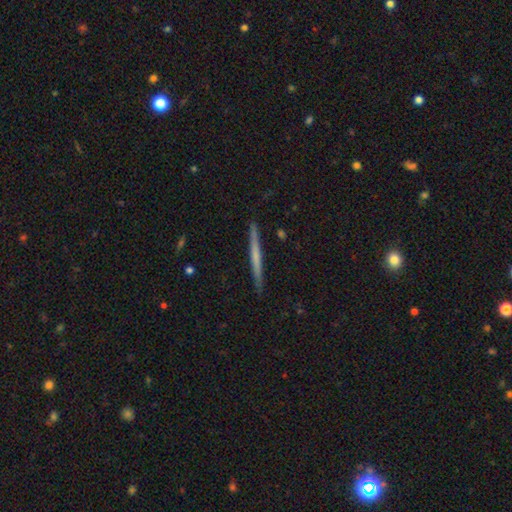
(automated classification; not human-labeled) smooth-or-featured: featured or disk: 53% | smooth: 41% | star or artifact: 6%
  disk-edge-on: yes: 98% | no: 2%
    edge-on-bulge: none: 77% | rounded: 18% | boxy: 6%
  merging: none: 91% | minor disturbance: 6% | major disturbance: 1% | merger: 1%